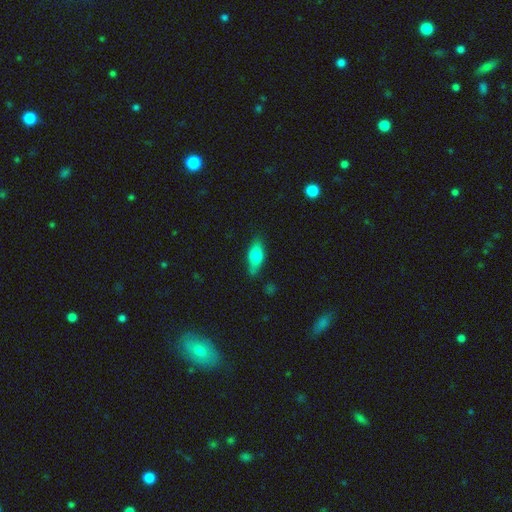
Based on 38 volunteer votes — Smooth or featured? smooth (68%)
How rounded? in between (77%)
Merging? none (71%)